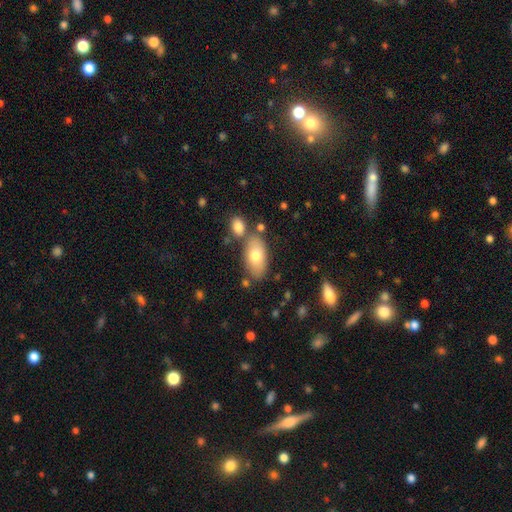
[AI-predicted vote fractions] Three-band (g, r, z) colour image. It shows a smooth galaxy with no disk features (73%) that is in between round and cigar-shaped (92%). Merging: none (70%).